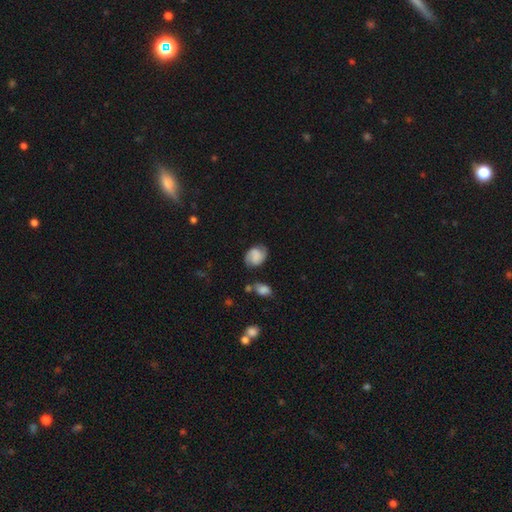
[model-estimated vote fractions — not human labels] featured or disk 47%, smooth 44%, star or artifact 9%. Down the decision tree: merging — none (67%).